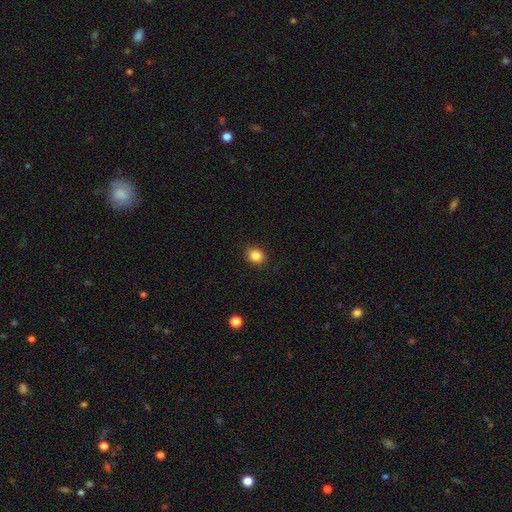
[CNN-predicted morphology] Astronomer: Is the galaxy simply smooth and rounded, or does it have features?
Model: smooth — 86%.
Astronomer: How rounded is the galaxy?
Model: round — 59% (runner-up: in between, 41%).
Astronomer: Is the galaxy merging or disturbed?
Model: none — 89%.